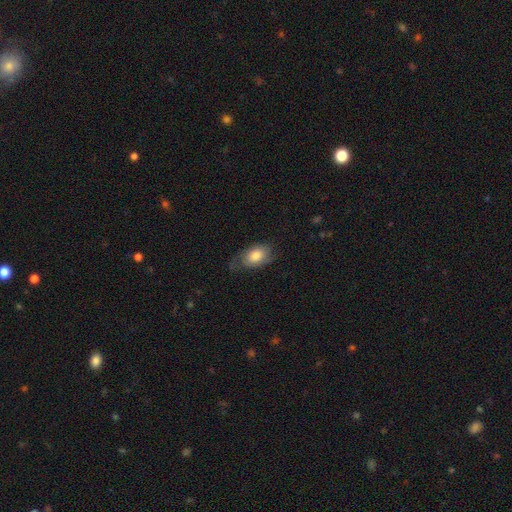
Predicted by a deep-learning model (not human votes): The model was most divided on "merging": none: 52%, minor disturbance: 30%, major disturbance: 17%, merger: 1%. More confident: how rounded — in between (87%); smooth or featured — smooth (65%).